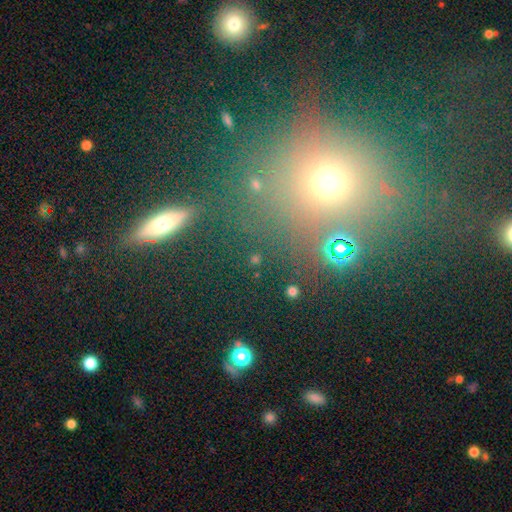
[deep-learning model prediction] Smooth or featured?
  - smooth: 43% *
  - star or artifact: 39%
  - featured or disk: 18%
Merging?
  - none: 81% *
  - minor disturbance: 9%
  - merger: 6%
  - major disturbance: 4%